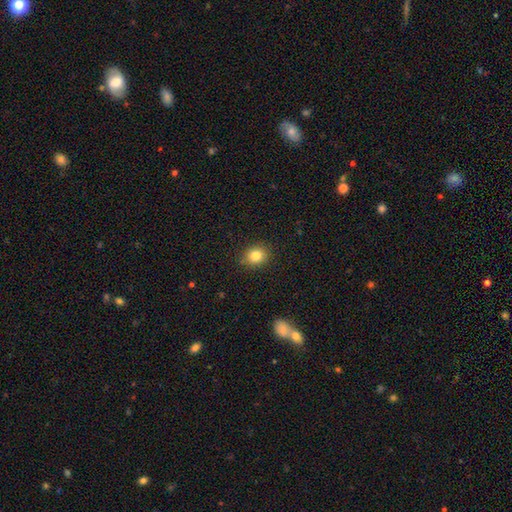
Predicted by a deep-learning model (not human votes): Morphology: type=smooth (83%); roundness=round (69%); merging=none (87%).